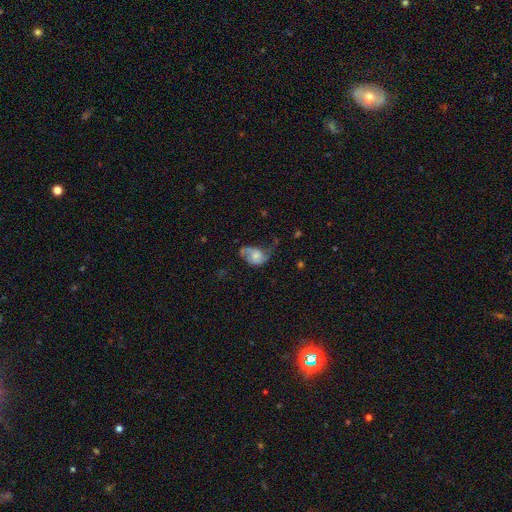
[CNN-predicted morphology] Smooth or featured?
  - featured or disk: 67% *
  - smooth: 25%
  - star or artifact: 8%
Edge-on disk?
  - no: 97% *
  - yes: 3%
Bar?
  - no: 68% *
  - weak: 27%
  - strong: 5%
Spiral arms?
  - yes: 88% *
  - no: 12%
Spiral winding?
  - loose: 49% *
  - medium: 37%
  - tight: 14%
Spiral arm count?
  - 2: 79% *
  - 1: 11%
  - can't tell: 7%
  - 3: 2%
  - 4: 1%
  - more than 4: 1%
Bulge size?
  - moderate: 40% *
  - small: 39%
  - none: 11%
  - large: 8%
  - dominant: 2%
Merging?
  - none: 37% *
  - major disturbance: 32%
  - minor disturbance: 28%
  - merger: 3%